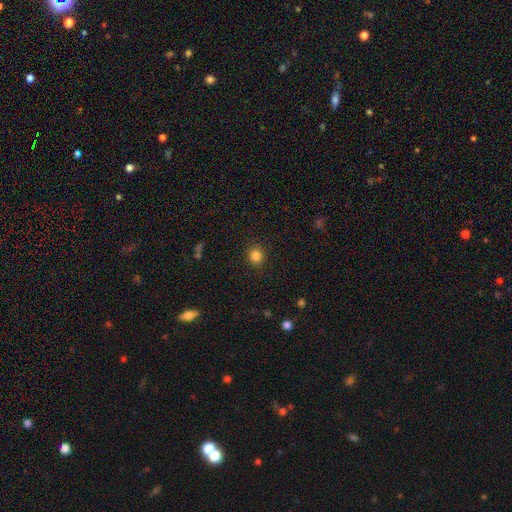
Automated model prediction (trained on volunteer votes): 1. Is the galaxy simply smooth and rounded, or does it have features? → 84% smooth, 12% star or artifact, 4% featured or disk.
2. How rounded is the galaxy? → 87% round, 12% in between, 1% cigar-shaped.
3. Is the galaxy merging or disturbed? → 90% none, 6% minor disturbance, 2% major disturbance, 1% merger.